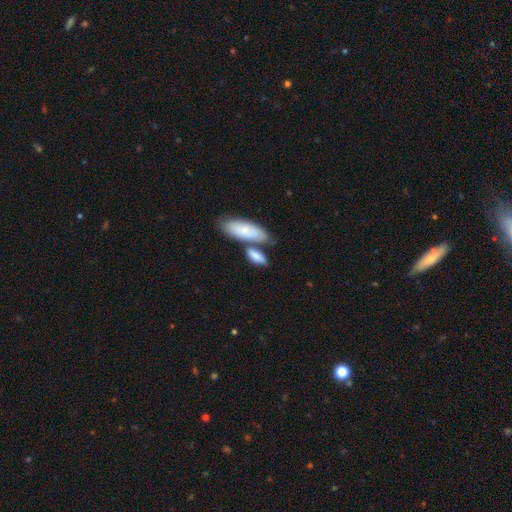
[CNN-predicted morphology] Q: Smooth or featured?
A: smooth (75%); runner-up: featured or disk (20%)
Q: How rounded?
A: in between (77%); runner-up: cigar-shaped (19%)
Q: Merging?
A: none (42%); runner-up: merger (39%)